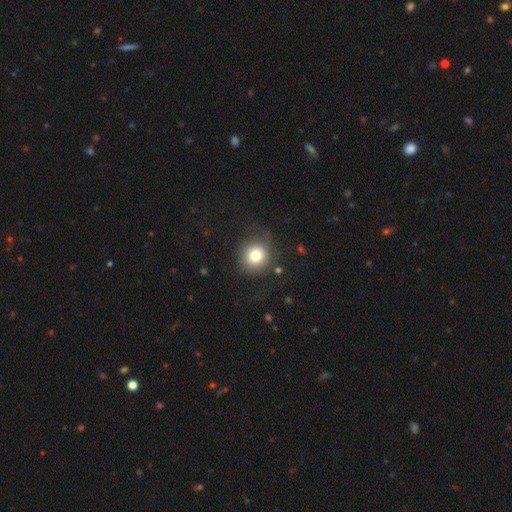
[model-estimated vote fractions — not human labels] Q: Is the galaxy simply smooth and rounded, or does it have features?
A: smooth — 77%.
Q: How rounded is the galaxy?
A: round — 86%.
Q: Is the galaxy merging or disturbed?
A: none — 80%.